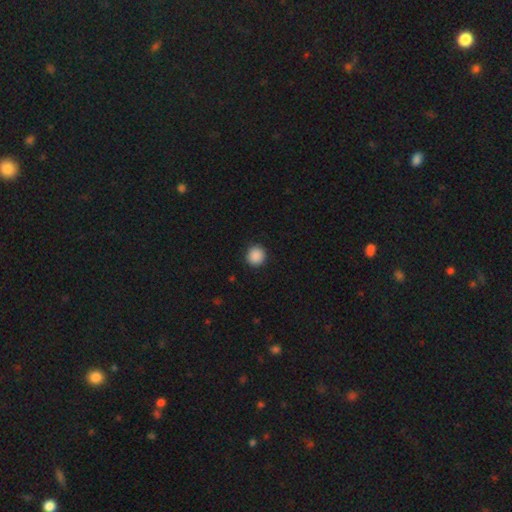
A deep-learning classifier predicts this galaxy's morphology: smooth-or-featured: smooth: 89% | star or artifact: 9% | featured or disk: 2%
  how-rounded: round: 94% | in between: 5% | cigar-shaped: 1%
  merging: none: 92% | minor disturbance: 5% | major disturbance: 2% | merger: 1%